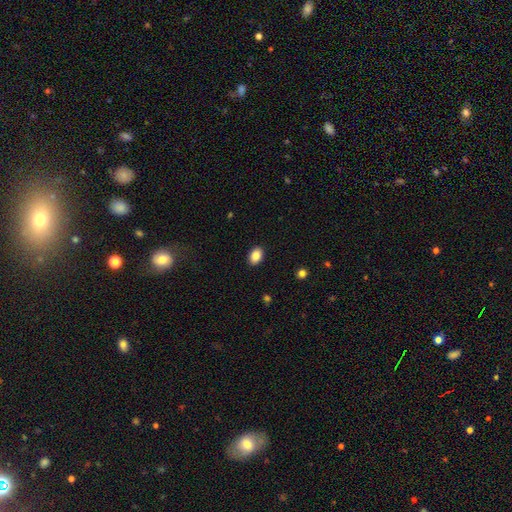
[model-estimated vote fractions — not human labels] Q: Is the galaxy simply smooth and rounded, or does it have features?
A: smooth — 87%.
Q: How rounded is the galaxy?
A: in between — 84%.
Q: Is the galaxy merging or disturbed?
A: none — 90%.